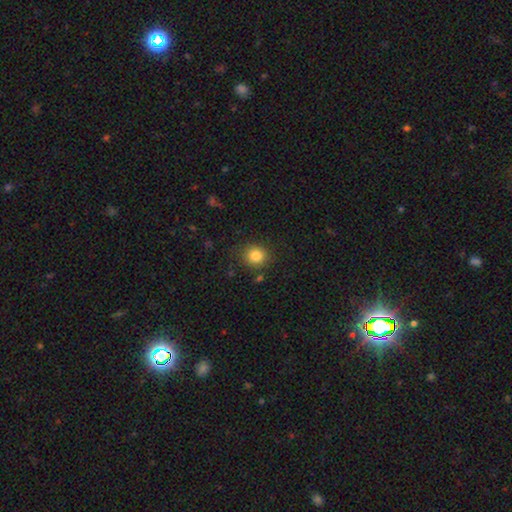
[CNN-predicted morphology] The model was most divided on "how rounded": round: 83%, in between: 16%, cigar-shaped: 1%. More confident: merging — none (84%); smooth or featured — smooth (83%).